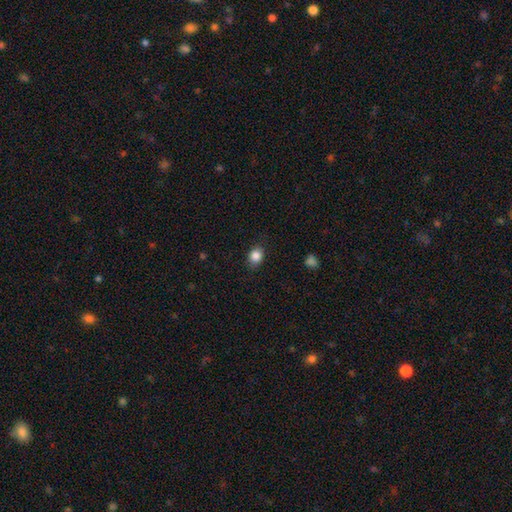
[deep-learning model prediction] Overall: smooth (85%). How rounded: round (52%; in between 47%). Merging: none (84%).